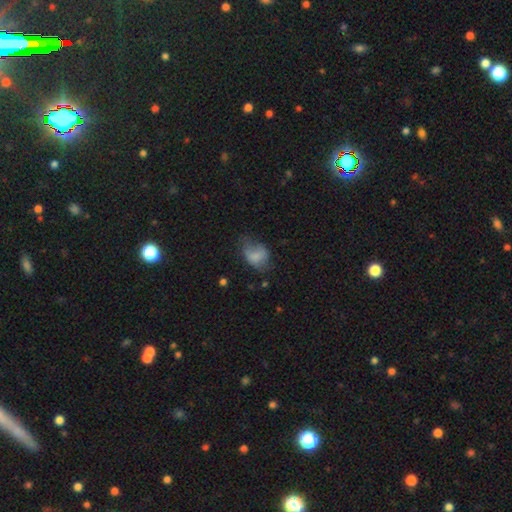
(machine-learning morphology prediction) Overall: smooth (68%). How rounded: in between (73%). Merging: minor disturbance (35%; none 33%).